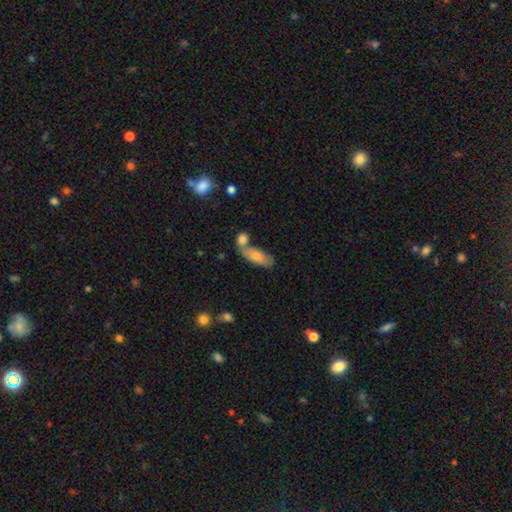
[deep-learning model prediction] Smooth or featured?
  - smooth: 68% *
  - featured or disk: 24%
  - star or artifact: 8%
How rounded?
  - in between: 71% *
  - cigar-shaped: 26%
  - round: 3%
Merging?
  - none: 49% *
  - merger: 33%
  - minor disturbance: 14%
  - major disturbance: 5%